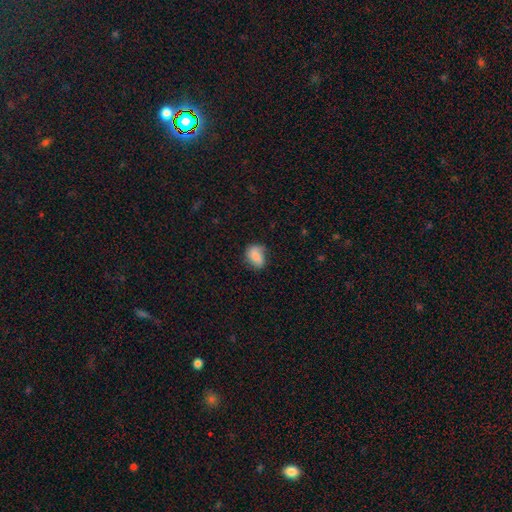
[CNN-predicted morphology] A smooth galaxy with no disk features (78%) that is in between round and cigar-shaped (70%).

Vote fractions:
- Smooth or featured? smooth: 78% / featured or disk: 14% / star or artifact: 8%
- How rounded? in between: 70% / round: 28% / cigar-shaped: 2%
- Merging? none: 58% / minor disturbance: 30% / major disturbance: 10% / merger: 2%